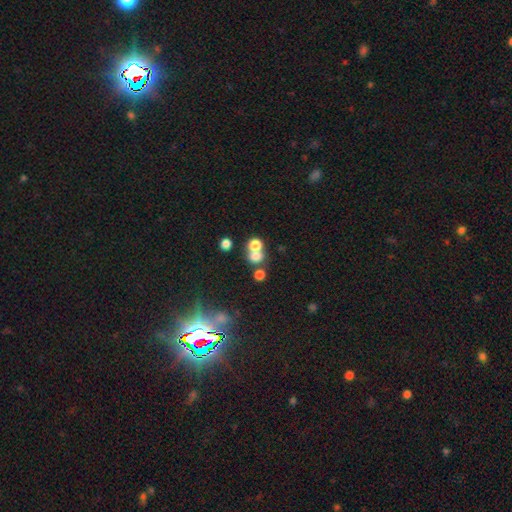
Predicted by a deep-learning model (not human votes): smooth-or-featured: smooth: 70% | star or artifact: 19% | featured or disk: 12%
  how-rounded: round: 77% | in between: 22% | cigar-shaped: 1%
  merging: merger: 45% | none: 43% | minor disturbance: 7% | major disturbance: 5%